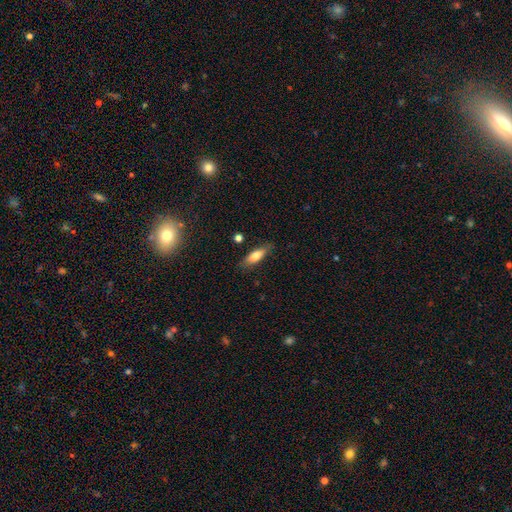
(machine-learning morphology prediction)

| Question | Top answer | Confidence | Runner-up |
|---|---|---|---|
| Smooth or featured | smooth | 73% | featured or disk (20%) |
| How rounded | in between | 56% | cigar-shaped (42%) |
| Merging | none | 81% | minor disturbance (14%) |